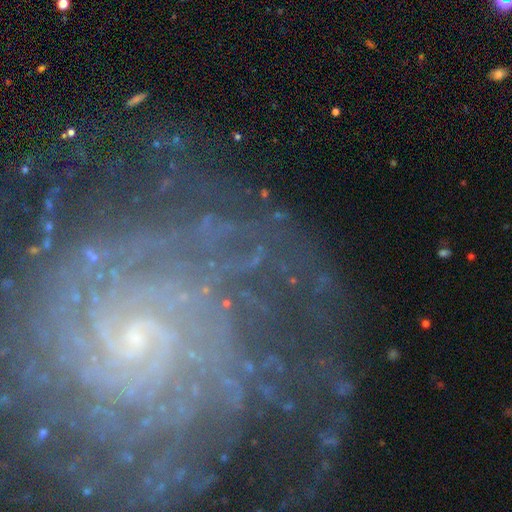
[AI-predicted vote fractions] Overall: featured or disk (83%). Edge-on disk: no (97%). Bar: no (52%; weak 33%). Spiral arms: yes (97%). Spiral arm count: can't tell (27%; more than 4 19%). Spiral winding: tight (73%). Bulge size: small (75%). Merging: none (72%).